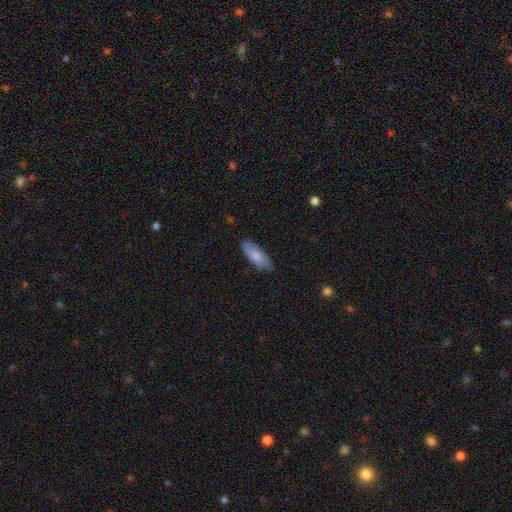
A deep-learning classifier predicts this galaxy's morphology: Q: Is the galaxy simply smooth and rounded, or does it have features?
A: smooth — 78%.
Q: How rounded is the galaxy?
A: in between — 68%.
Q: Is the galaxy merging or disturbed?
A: none — 79%.